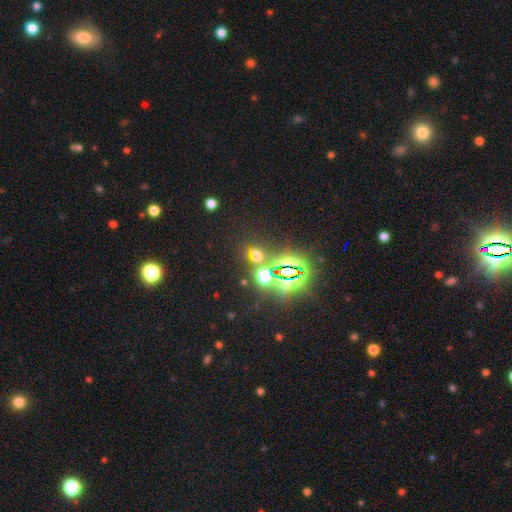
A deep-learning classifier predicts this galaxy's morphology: Q: Smooth or featured?
A: star or artifact (60%); runner-up: smooth (31%)